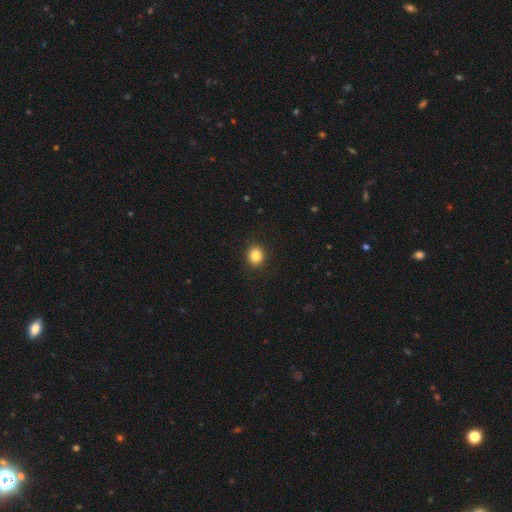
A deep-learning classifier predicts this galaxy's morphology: Overall: smooth (85%). How rounded: round (73%). Merging: none (91%).